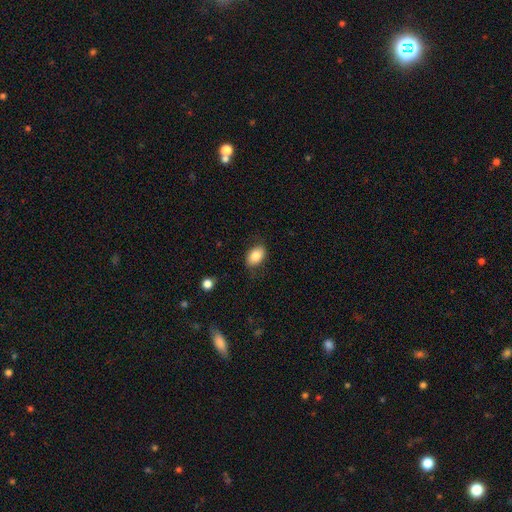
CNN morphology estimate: Smooth or featured? smooth (83%)
How rounded? in between (86%)
Merging? none (80%)